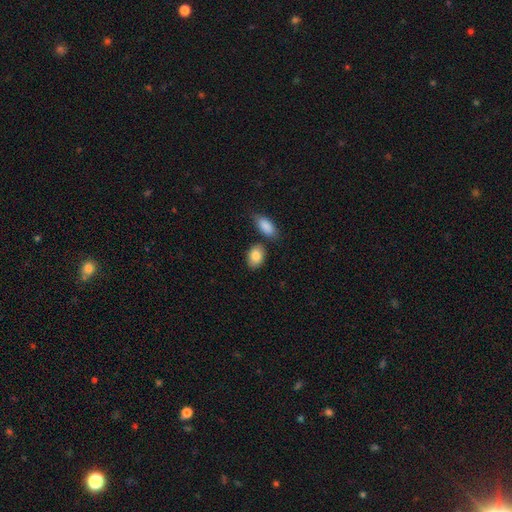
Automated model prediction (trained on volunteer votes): Smooth or featured? Predicted: smooth (p=0.87). How rounded? Predicted: in between (p=0.82). Merging? Predicted: none (p=0.69).